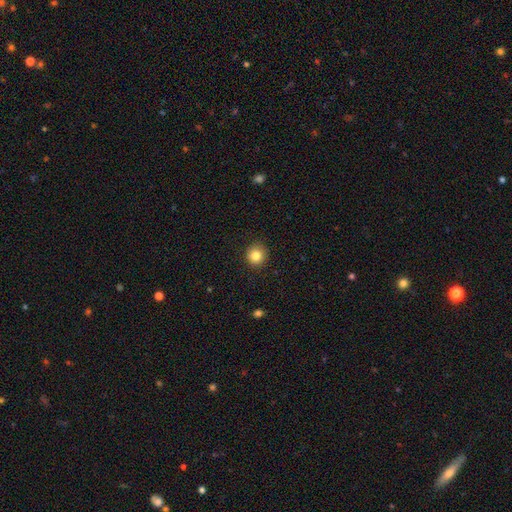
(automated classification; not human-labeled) A smooth galaxy with no disk features (83%) that is round (91%).

Vote fractions:
- Smooth or featured? smooth: 83% / star or artifact: 11% / featured or disk: 6%
- How rounded? round: 91% / in between: 8% / cigar-shaped: 1%
- Merging? none: 91% / minor disturbance: 6% / major disturbance: 2% / merger: 1%